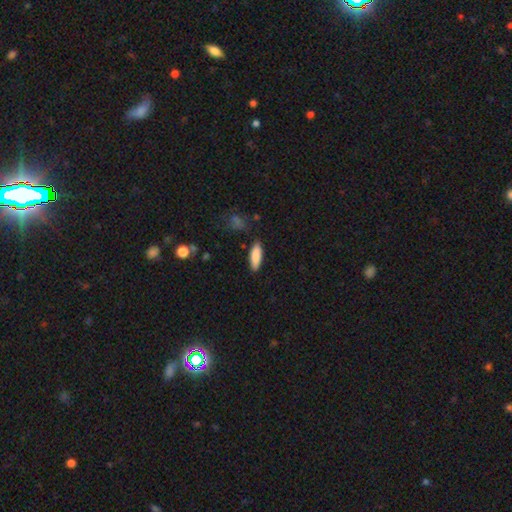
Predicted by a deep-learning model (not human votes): smooth_or_featured: smooth (p=0.86) [alt: featured or disk p=0.08]
how_rounded: in between (p=0.57) [alt: cigar-shaped p=0.41]
merging: none (p=0.84) [alt: minor disturbance p=0.12]